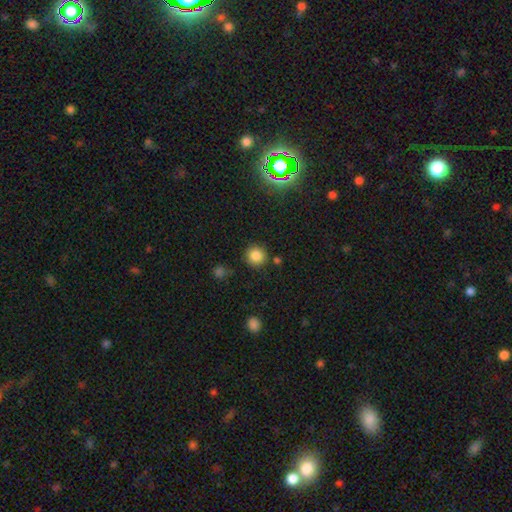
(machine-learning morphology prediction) smooth_or_featured: smooth (p=0.83) [alt: star or artifact p=0.12]
how_rounded: round (p=0.93) [alt: in between p=0.06]
merging: none (p=0.85) [alt: minor disturbance p=0.08]